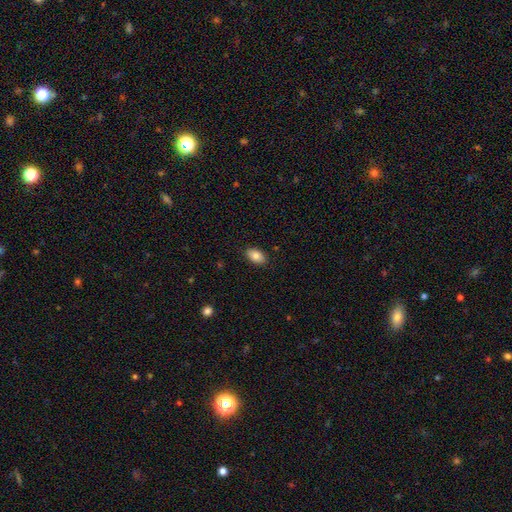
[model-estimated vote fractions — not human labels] This is clearly a smooth galaxy (84%). How rounded: clearly in between (91%). Merging: clearly none (88%).